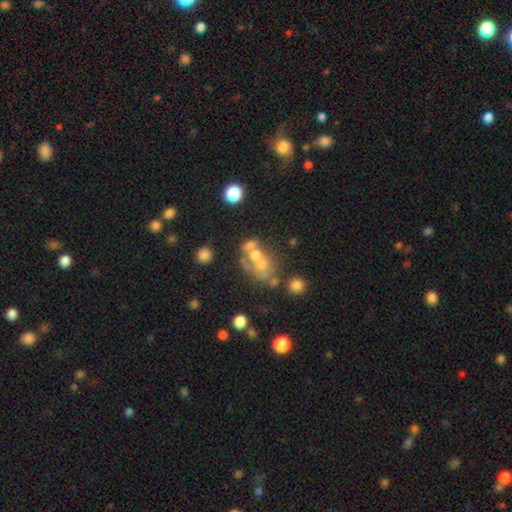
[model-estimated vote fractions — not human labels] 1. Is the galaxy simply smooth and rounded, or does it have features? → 42% smooth, 39% featured or disk, 19% star or artifact.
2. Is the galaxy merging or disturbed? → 41% merger, 33% none, 13% minor disturbance, 13% major disturbance.